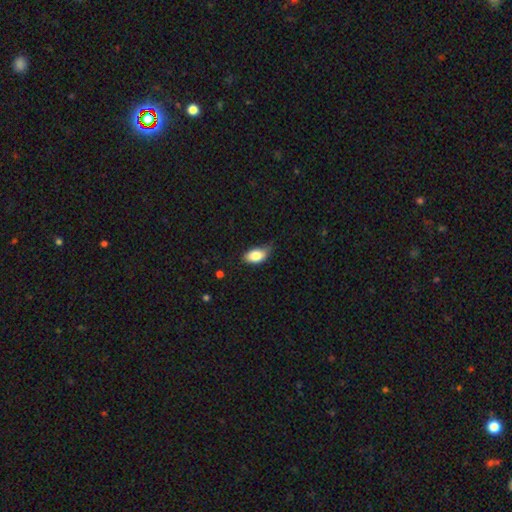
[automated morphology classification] This is clearly a smooth galaxy (83%). How rounded: clearly in between (91%). Merging: possibly none (58%).